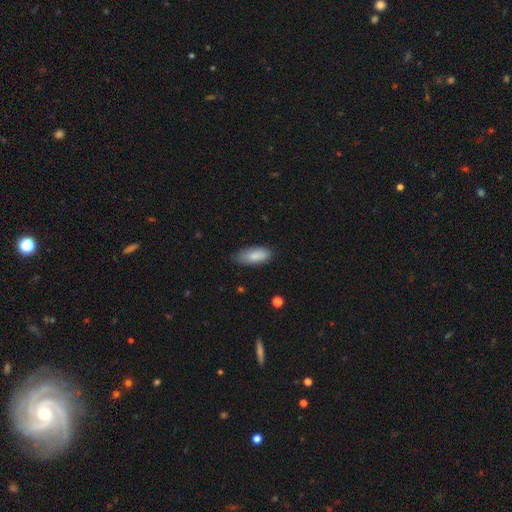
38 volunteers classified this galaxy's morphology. Smooth or featured? smooth (82%)
How rounded? in between (87%)
Merging? none (71%)